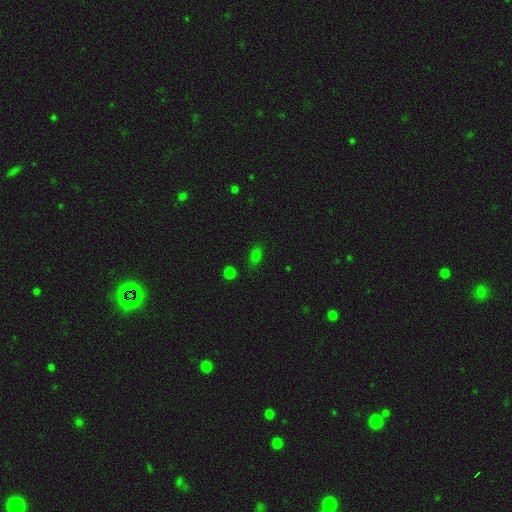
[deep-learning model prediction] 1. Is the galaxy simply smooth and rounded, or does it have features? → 73% smooth, 19% star or artifact, 8% featured or disk.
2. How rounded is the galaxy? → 76% in between, 18% round, 6% cigar-shaped.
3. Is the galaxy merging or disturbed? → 80% none, 14% minor disturbance, 4% major disturbance, 3% merger.